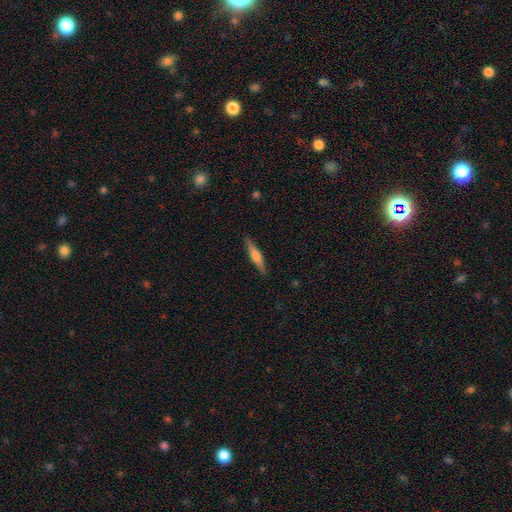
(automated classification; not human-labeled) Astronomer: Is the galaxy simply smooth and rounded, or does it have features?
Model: featured or disk — 51% (runner-up: smooth, 44%).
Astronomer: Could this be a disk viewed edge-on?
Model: yes — 96%.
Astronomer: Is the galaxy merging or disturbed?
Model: none — 89%.